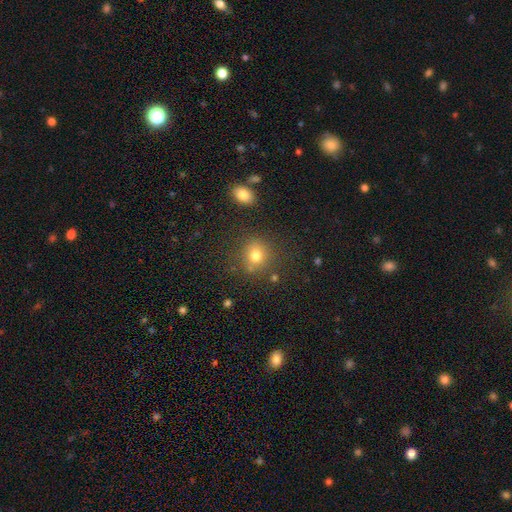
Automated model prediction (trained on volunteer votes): Smooth or featured: smooth — 75% (star or artifact — 16%)
How rounded: round — 82% (in between — 17%)
Merging: none — 79% (minor disturbance — 11%)